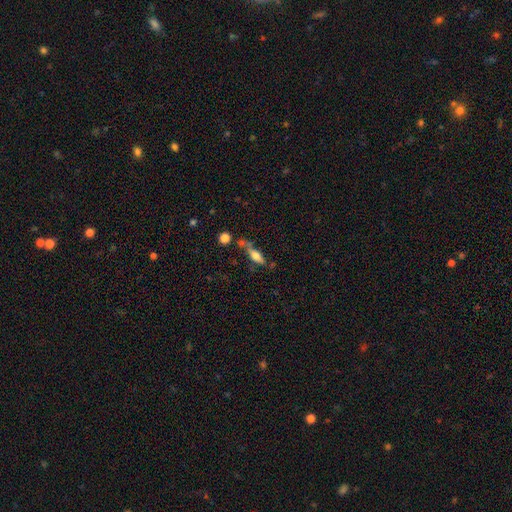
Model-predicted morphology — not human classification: Smooth or featured? smooth (56%)
How rounded? cigar-shaped (50%)
Merging? none (50%)